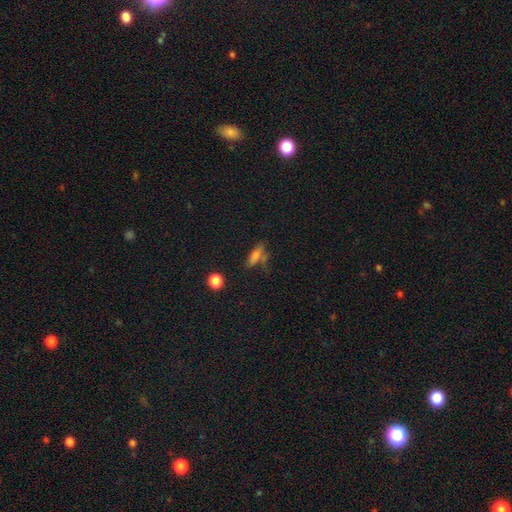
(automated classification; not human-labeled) A smooth galaxy with no disk features (70%) that is cigar-shaped (49%). Merging: none (59%).